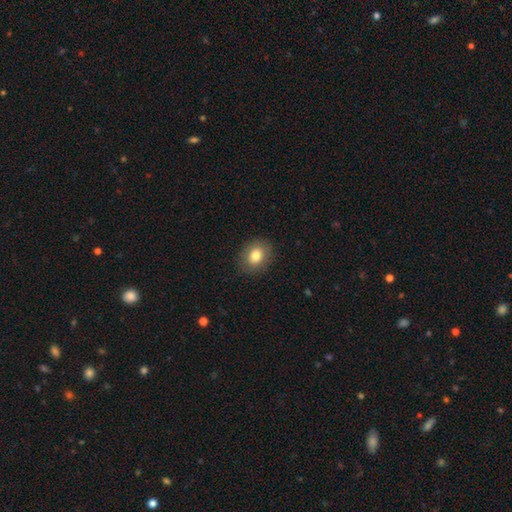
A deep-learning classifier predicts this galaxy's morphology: smooth 82%, star or artifact 9%, featured or disk 9%. Down the decision tree: how rounded — round (50%); merging — none (87%).